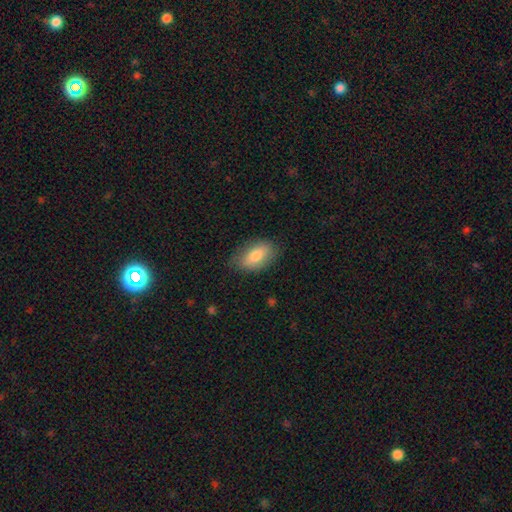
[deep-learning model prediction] This appears to be a smooth galaxy with no disk features (78%) that is in between round and cigar-shaped (90%). Merging: none (79%).